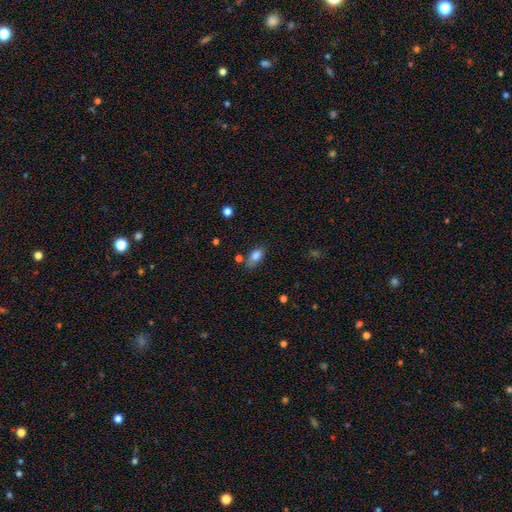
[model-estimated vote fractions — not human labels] Overall: smooth (83%). How rounded: in between (88%). Merging: none (65%).